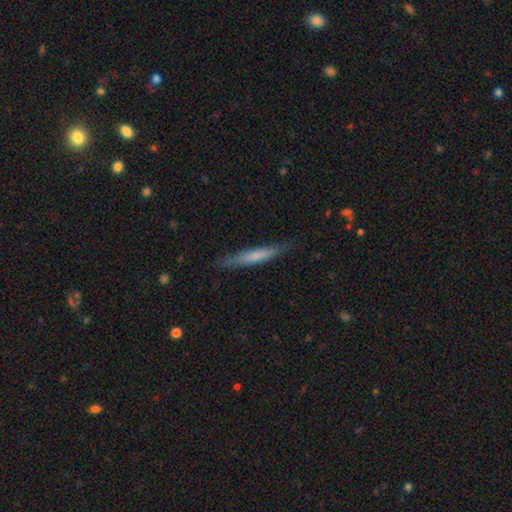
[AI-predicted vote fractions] The model was most divided on "smooth or featured": smooth: 58%, featured or disk: 36%, star or artifact: 6%. More confident: how rounded — cigar-shaped (94%); merging — none (85%).